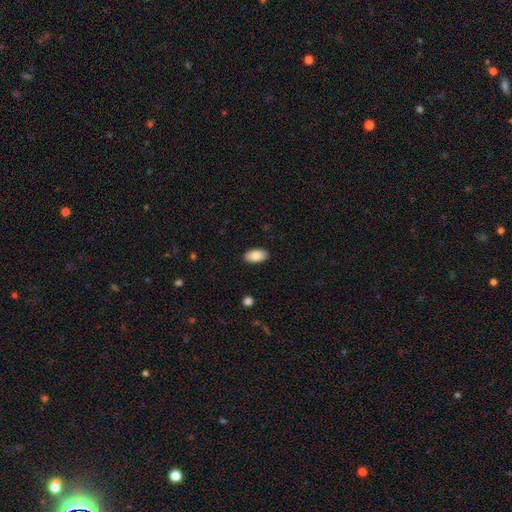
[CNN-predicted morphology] Smooth or featured? Predicted: smooth (p=0.88). How rounded? Predicted: in between (p=0.95). Merging? Predicted: none (p=0.89).